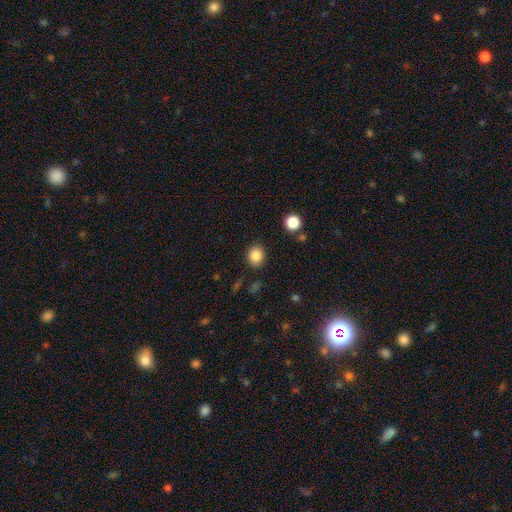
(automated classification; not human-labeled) Overall: smooth (85%). How rounded: round (64%; in between 35%). Merging: none (87%).